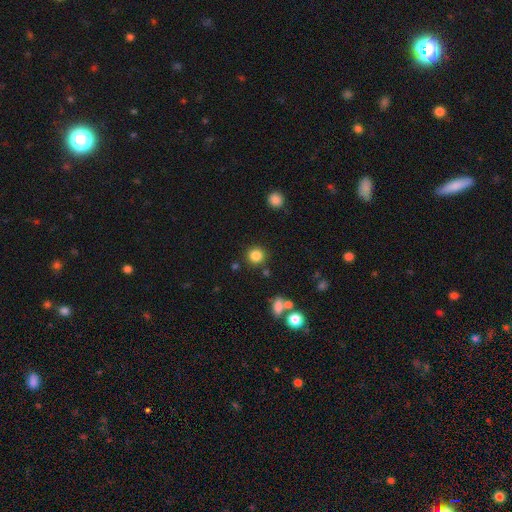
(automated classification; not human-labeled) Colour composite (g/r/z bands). It shows a smooth galaxy with no disk features (83%) that is round (91%). Merging: none (86%).